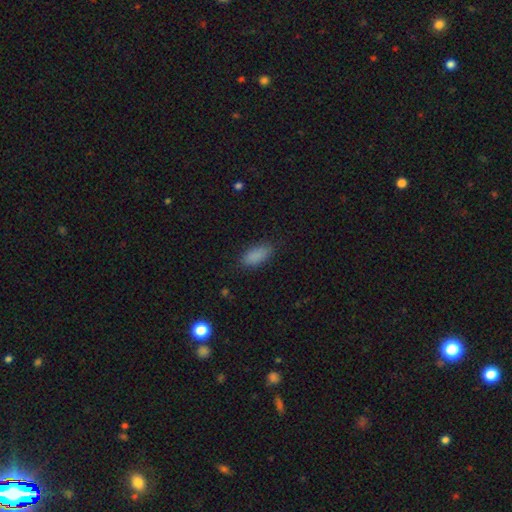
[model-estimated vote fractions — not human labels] The model was most divided on "merging": none: 81%, minor disturbance: 14%, major disturbance: 3%, merger: 1%. More confident: smooth or featured — smooth (87%); how rounded — in between (84%).